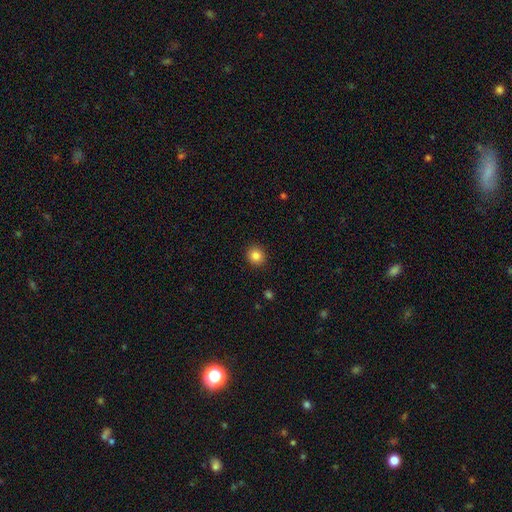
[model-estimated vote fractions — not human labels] Q: Smooth or featured?
A: smooth (85%); runner-up: star or artifact (11%)
Q: How rounded?
A: round (90%); runner-up: in between (9%)
Q: Merging?
A: none (92%); runner-up: minor disturbance (5%)